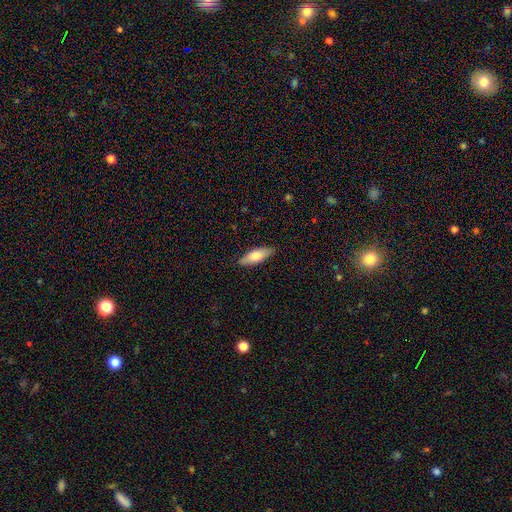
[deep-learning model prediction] The model was most divided on "how rounded": in between: 61%, cigar-shaped: 37%, round: 2%. More confident: merging — none (88%); smooth or featured — smooth (73%).